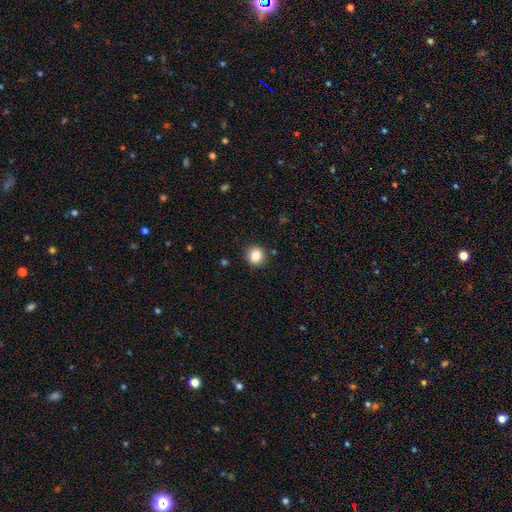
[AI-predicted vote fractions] smooth-or-featured: smooth: 85% | star or artifact: 10% | featured or disk: 5%
  how-rounded: round: 88% | in between: 11% | cigar-shaped: 1%
  merging: none: 89% | minor disturbance: 7% | major disturbance: 2% | merger: 1%